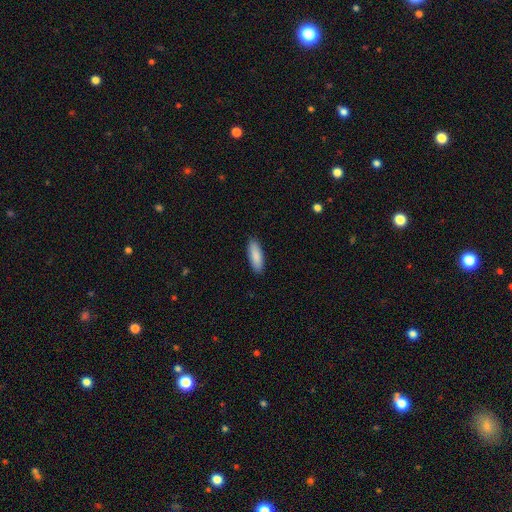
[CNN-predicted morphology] smooth-or-featured: smooth: 89% | star or artifact: 6% | featured or disk: 5%
  how-rounded: in between: 60% | cigar-shaped: 39% | round: 2%
  merging: none: 90% | minor disturbance: 7% | major disturbance: 2% | merger: 1%